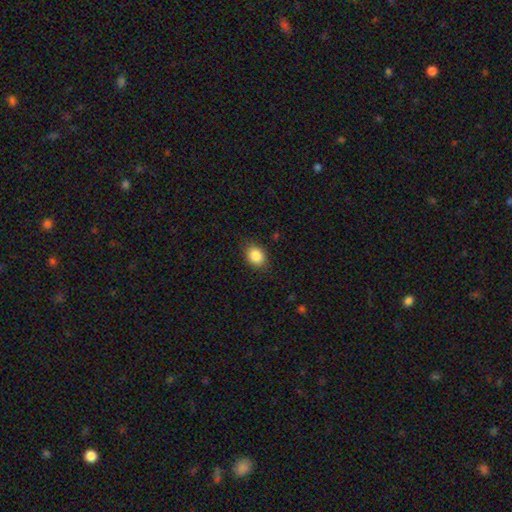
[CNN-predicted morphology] Overall: smooth (87%). How rounded: in between (59%; round 40%). Merging: none (84%).